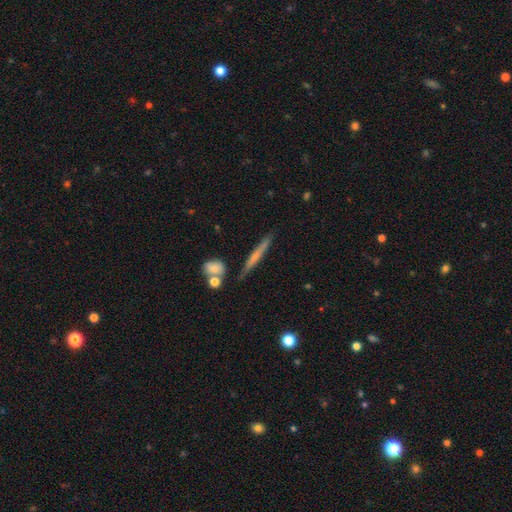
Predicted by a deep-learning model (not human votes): The model was most divided on "smooth or featured": smooth: 47%, featured or disk: 45%, star or artifact: 7%. More confident: merging — none (80%).